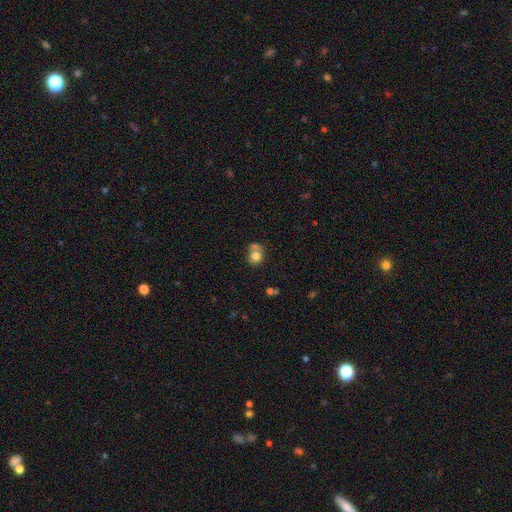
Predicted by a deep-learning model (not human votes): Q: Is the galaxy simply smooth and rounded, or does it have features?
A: smooth — 78%.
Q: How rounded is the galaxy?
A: round — 72%.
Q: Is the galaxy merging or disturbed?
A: none — 44%.